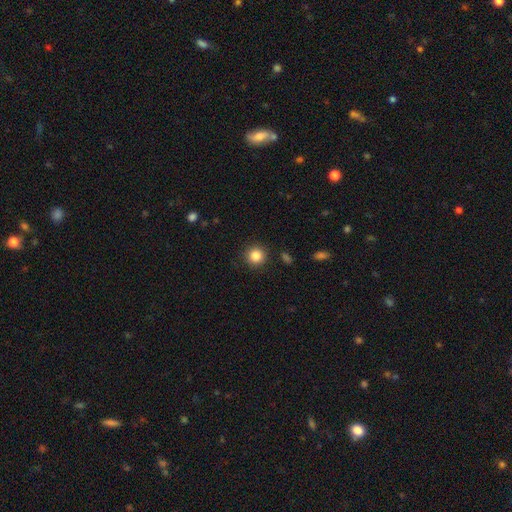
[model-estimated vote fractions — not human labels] This appears to be a smooth galaxy with no disk features (85%) that is round (94%). Merging: none (91%).